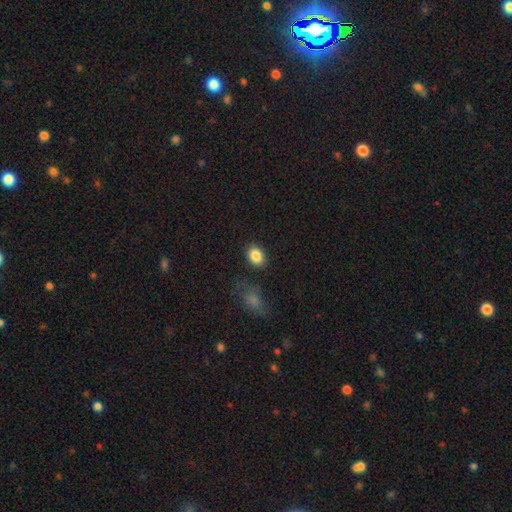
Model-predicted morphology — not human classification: smooth_or_featured: smooth (p=0.86) [alt: star or artifact p=0.08]
how_rounded: in between (p=0.71) [alt: round p=0.28]
merging: none (p=0.83) [alt: minor disturbance p=0.10]